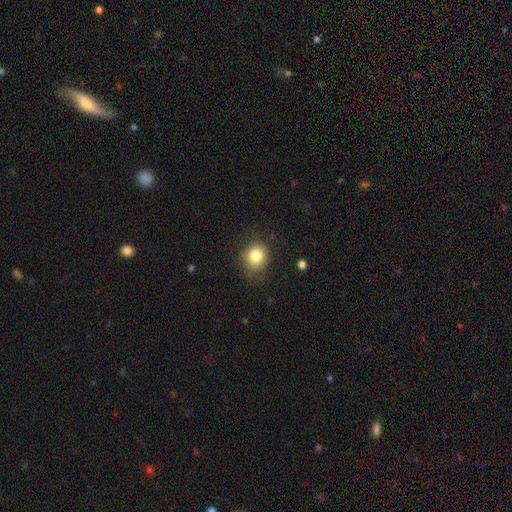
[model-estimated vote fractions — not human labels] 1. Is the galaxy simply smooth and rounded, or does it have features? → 82% smooth, 11% star or artifact, 7% featured or disk.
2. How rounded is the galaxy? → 75% round, 25% in between, 1% cigar-shaped.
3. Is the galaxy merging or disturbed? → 76% none, 17% minor disturbance, 5% major disturbance, 1% merger.